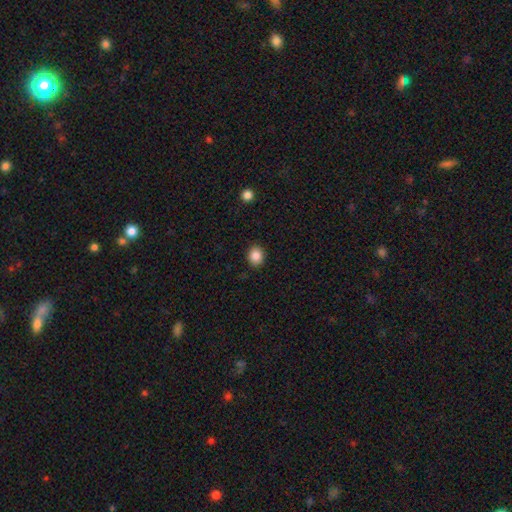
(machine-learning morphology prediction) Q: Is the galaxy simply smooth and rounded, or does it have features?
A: smooth — 87%.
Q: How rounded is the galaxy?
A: round — 68%.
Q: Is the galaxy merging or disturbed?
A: none — 89%.